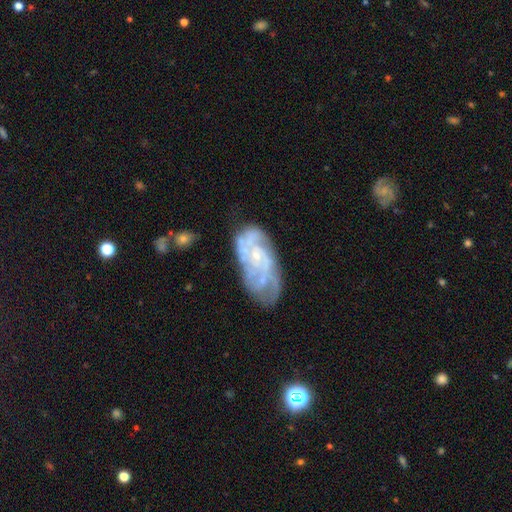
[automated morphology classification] Smooth or featured? Predicted: featured or disk (p=0.79). Edge-on disk? Predicted: no (p=0.95). Bar? Predicted: no (p=0.71). Spiral arms? Predicted: yes (p=0.88). Spiral winding? Predicted: tight (p=0.51). Spiral arm count? Predicted: can't tell (p=0.34). Bulge size? Predicted: small (p=0.74). Merging? Predicted: none (p=0.58).